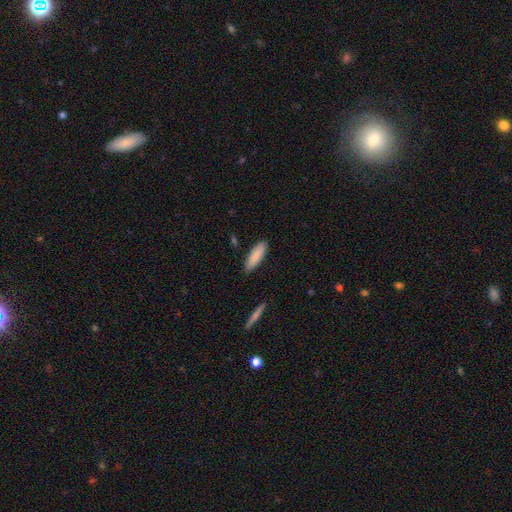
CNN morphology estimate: smooth 88%, featured or disk 6%, star or artifact 6%. Down the decision tree: how rounded — cigar-shaped (50%); merging — none (88%).